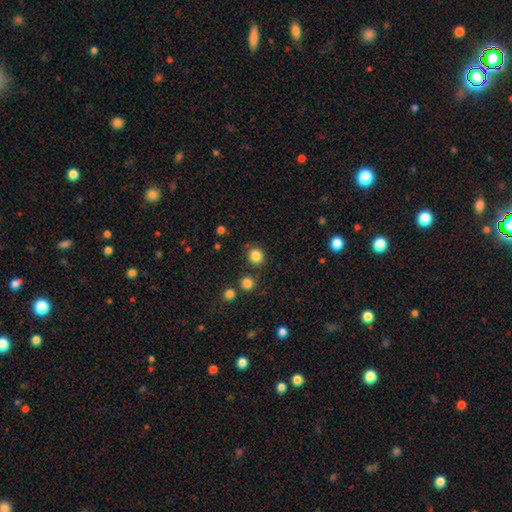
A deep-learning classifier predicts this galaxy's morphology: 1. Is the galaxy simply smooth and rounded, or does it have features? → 84% smooth, 12% star or artifact, 4% featured or disk.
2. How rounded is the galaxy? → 85% round, 14% in between, 1% cigar-shaped.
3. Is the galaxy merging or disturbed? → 84% none, 8% minor disturbance, 5% merger, 3% major disturbance.